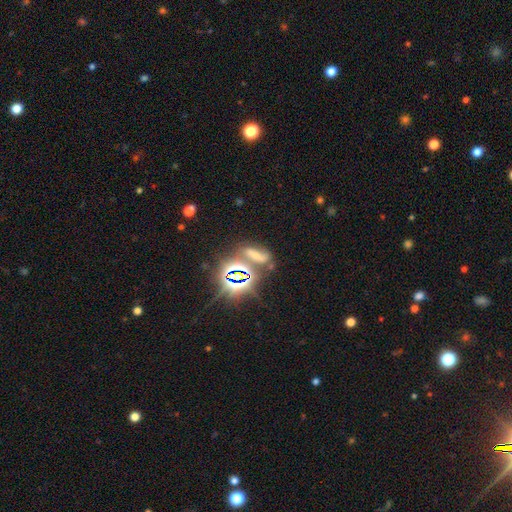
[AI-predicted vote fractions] Q: Smooth or featured?
A: star or artifact (47%); runner-up: smooth (37%)